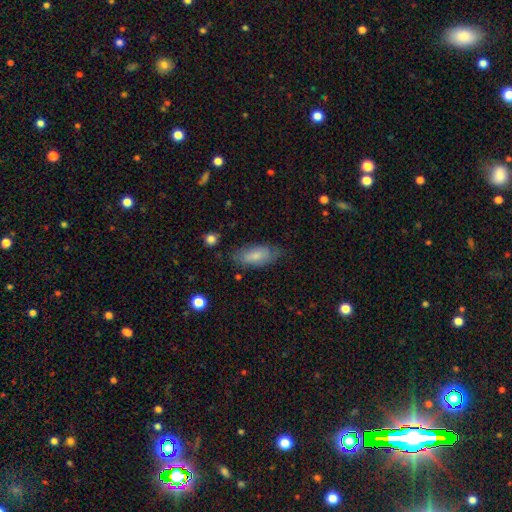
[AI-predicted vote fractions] smooth_or_featured: smooth (p=0.72) [alt: featured or disk p=0.21]
how_rounded: in between (p=0.85) [alt: cigar-shaped p=0.12]
merging: none (p=0.67) [alt: minor disturbance p=0.24]